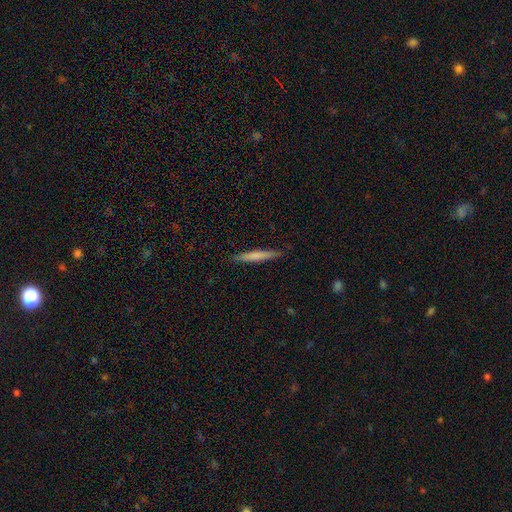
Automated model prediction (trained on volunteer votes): smooth-or-featured: smooth: 65% | featured or disk: 29% | star or artifact: 6%
  how-rounded: cigar-shaped: 95% | in between: 4% | round: 1%
  merging: none: 89% | minor disturbance: 8% | major disturbance: 2% | merger: 1%